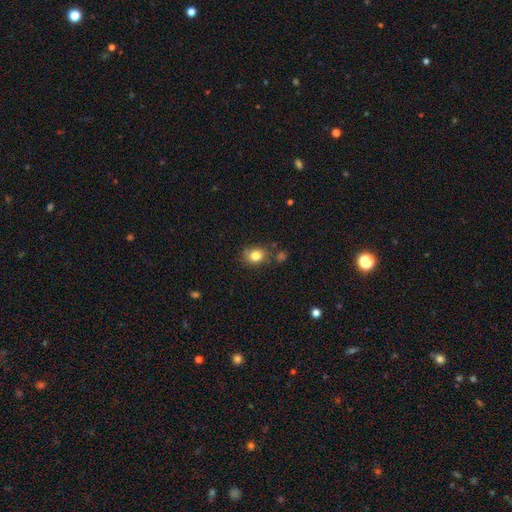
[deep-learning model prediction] smooth-or-featured: smooth: 82% | star or artifact: 10% | featured or disk: 8%
  how-rounded: round: 55% | in between: 44% | cigar-shaped: 1%
  merging: none: 72% | minor disturbance: 17% | merger: 6% | major disturbance: 4%